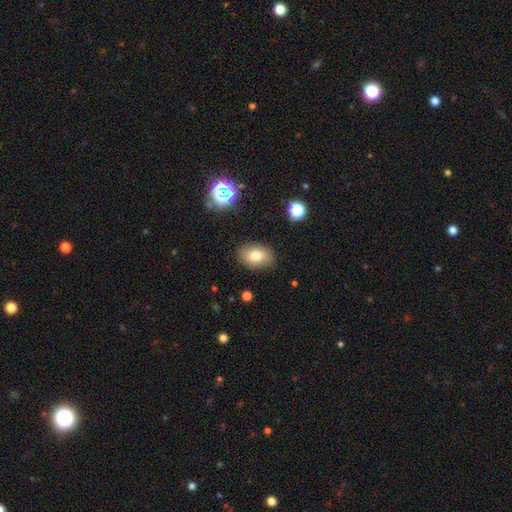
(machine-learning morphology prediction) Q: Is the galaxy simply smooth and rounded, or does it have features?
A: smooth — 77%.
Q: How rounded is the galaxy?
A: in between — 82%.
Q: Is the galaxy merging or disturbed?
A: none — 86%.